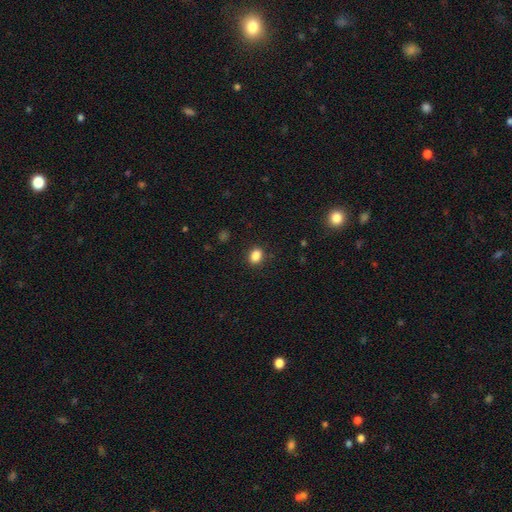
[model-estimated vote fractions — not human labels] smooth_or_featured: smooth (p=0.86) [alt: star or artifact p=0.10]
how_rounded: in between (p=0.58) [alt: round p=0.41]
merging: none (p=0.89) [alt: minor disturbance p=0.08]